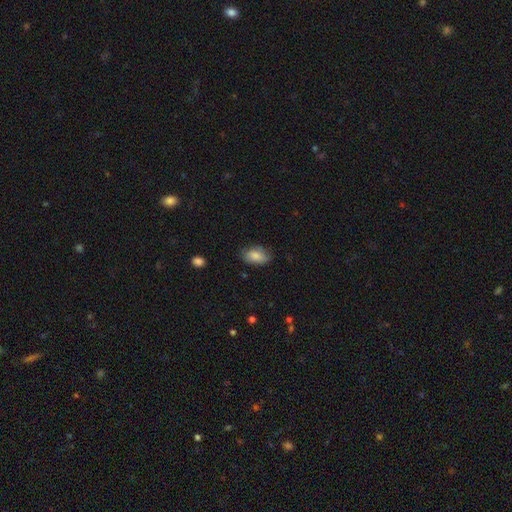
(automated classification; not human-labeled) Q: Smooth or featured?
A: smooth (84%); runner-up: featured or disk (9%)
Q: How rounded?
A: in between (92%); runner-up: round (6%)
Q: Merging?
A: none (74%); runner-up: minor disturbance (21%)